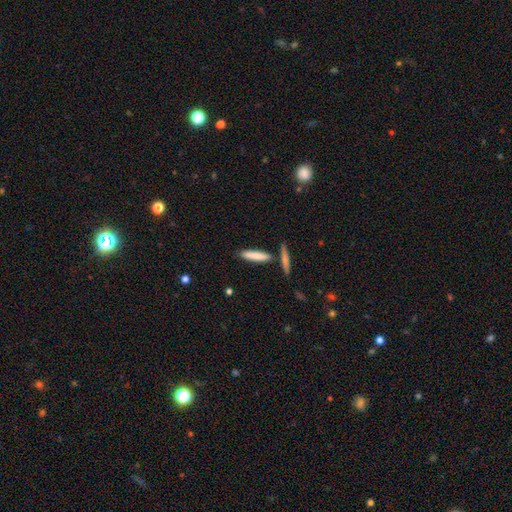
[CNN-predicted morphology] This appears to be a smooth galaxy with no disk features (78%) that is cigar-shaped (82%). Merging: none (75%).